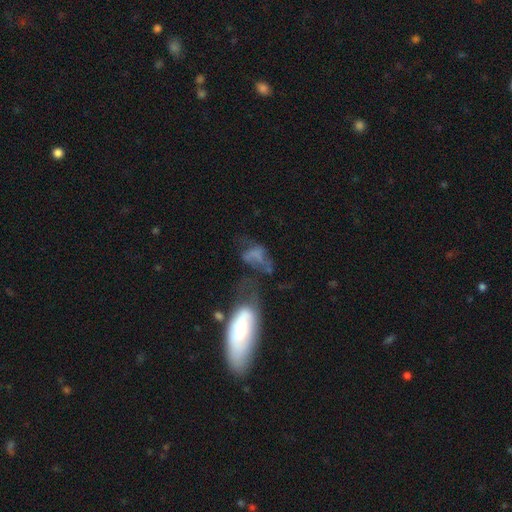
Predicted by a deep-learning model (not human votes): Smooth or featured?
  - smooth: 44% *
  - featured or disk: 38%
  - star or artifact: 18%
Merging?
  - major disturbance: 38% *
  - merger: 24%
  - none: 23%
  - minor disturbance: 15%